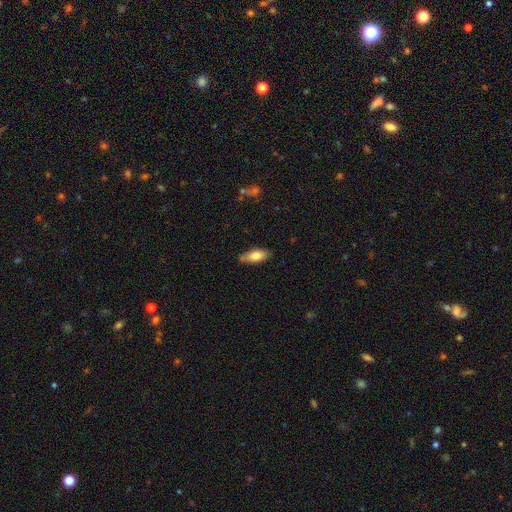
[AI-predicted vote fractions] Smooth or featured? smooth (78%)
How rounded? in between (80%)
Merging? none (79%)